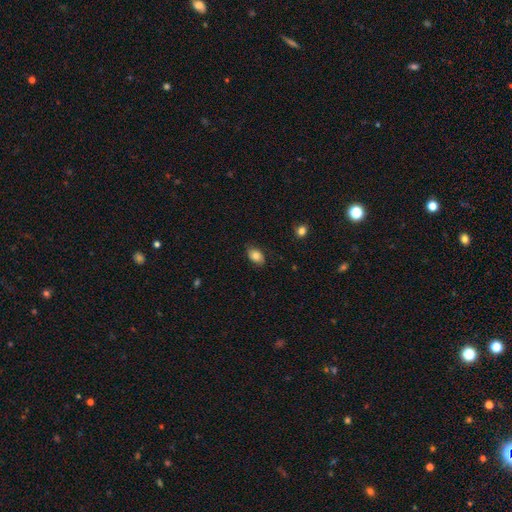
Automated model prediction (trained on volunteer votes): This appears to be a smooth galaxy with no disk features (80%) that is in between round and cigar-shaped (87%). Merging: none (80%).